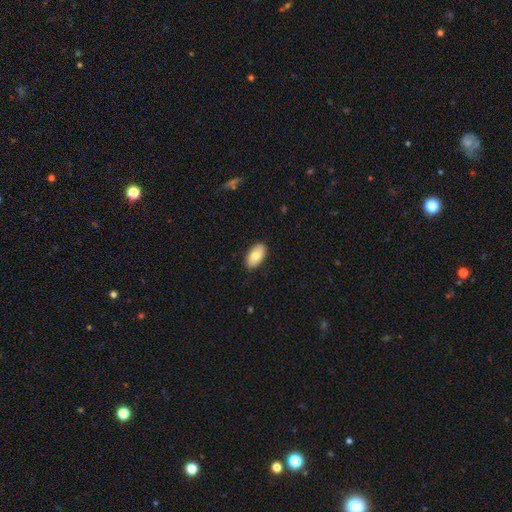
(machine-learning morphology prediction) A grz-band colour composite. It shows a smooth galaxy with no disk features (81%) that is in between round and cigar-shaped (95%). Merging: none (87%).